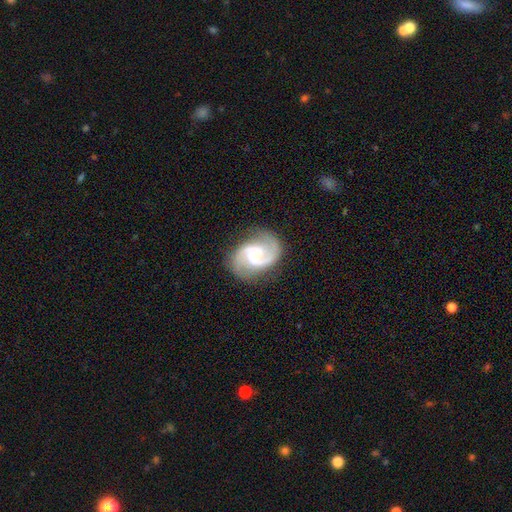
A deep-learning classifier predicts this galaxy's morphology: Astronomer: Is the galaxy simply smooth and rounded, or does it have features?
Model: featured or disk — 90%.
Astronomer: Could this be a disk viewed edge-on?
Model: no — 98%.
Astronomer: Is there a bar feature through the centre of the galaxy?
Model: weak — 47% (runner-up: no, 42%).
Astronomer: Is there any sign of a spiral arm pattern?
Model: yes — 98%.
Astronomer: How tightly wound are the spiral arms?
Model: medium — 61%.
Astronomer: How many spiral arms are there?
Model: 2 — 91%.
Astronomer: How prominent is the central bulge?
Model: small — 58%.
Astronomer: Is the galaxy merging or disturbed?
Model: none — 78%.